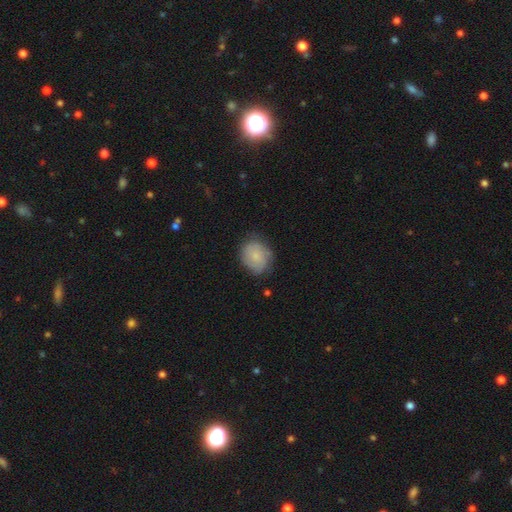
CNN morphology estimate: smooth_or_featured: smooth (p=0.68) [alt: featured or disk p=0.25]
how_rounded: round (p=0.70) [alt: in between p=0.29]
merging: none (p=0.71) [alt: minor disturbance p=0.22]